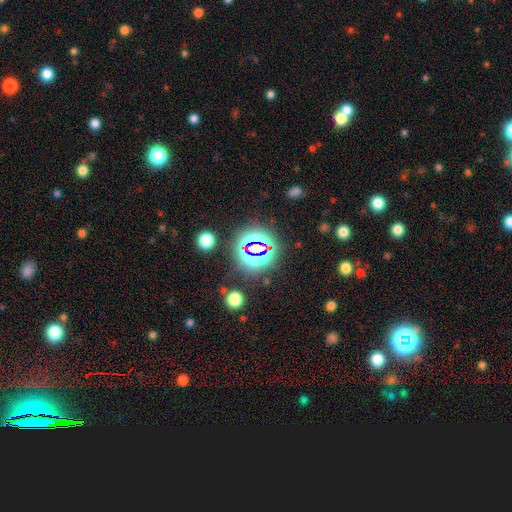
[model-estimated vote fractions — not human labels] This is likely a star or artifact rather than a galaxy (78%).